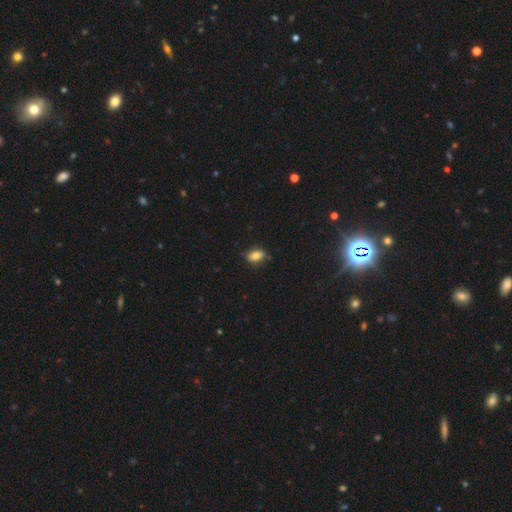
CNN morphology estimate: A smooth galaxy with no disk features (81%) that is in between round and cigar-shaped (83%).

Vote fractions:
- Smooth or featured? smooth: 81% / featured or disk: 10% / star or artifact: 9%
- How rounded? in between: 83% / round: 12% / cigar-shaped: 5%
- Merging? none: 80% / minor disturbance: 16% / major disturbance: 3% / merger: 2%